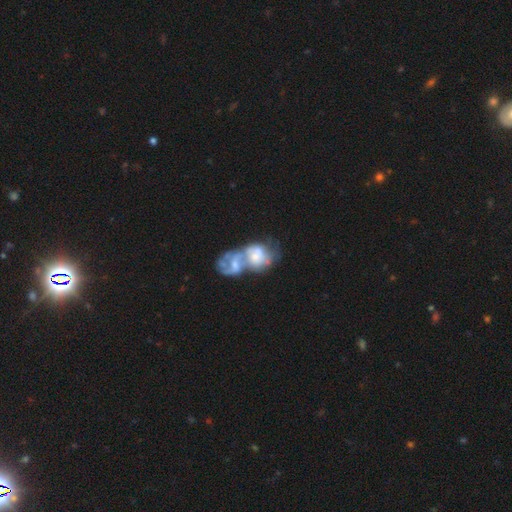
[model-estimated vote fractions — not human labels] Morphology: type=featured or disk (61%); edge-on=no (97%); bar=no (72%); spiral arms=yes (52%); bulge=moderate (41%); merging=merger (81%).